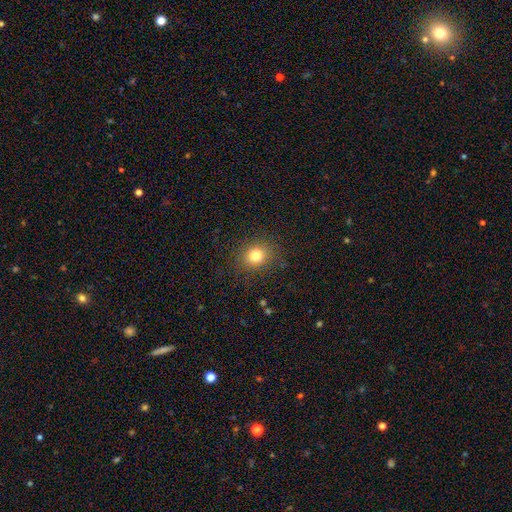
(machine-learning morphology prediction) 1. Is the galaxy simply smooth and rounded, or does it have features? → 79% smooth, 14% star or artifact, 8% featured or disk.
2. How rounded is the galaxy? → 73% round, 26% in between, 1% cigar-shaped.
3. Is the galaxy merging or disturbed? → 86% none, 9% minor disturbance, 4% major disturbance, 1% merger.